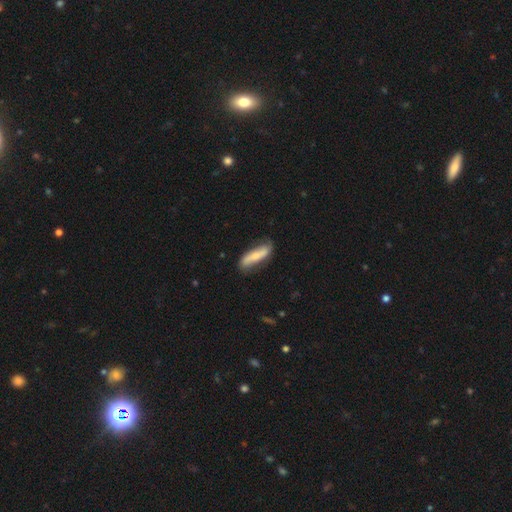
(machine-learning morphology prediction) featured or disk 48%, smooth 47%, star or artifact 6%. Down the decision tree: merging — none (69%).